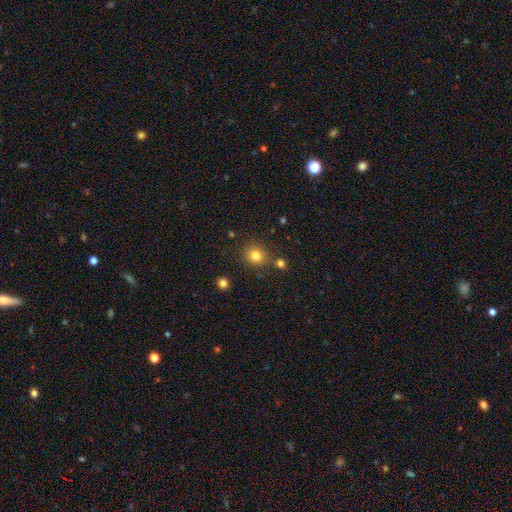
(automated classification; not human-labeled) Smooth or featured?
  - smooth: 81% *
  - star or artifact: 13%
  - featured or disk: 6%
How rounded?
  - round: 86% *
  - in between: 13%
  - cigar-shaped: 1%
Merging?
  - none: 80% *
  - minor disturbance: 9%
  - merger: 8%
  - major disturbance: 3%